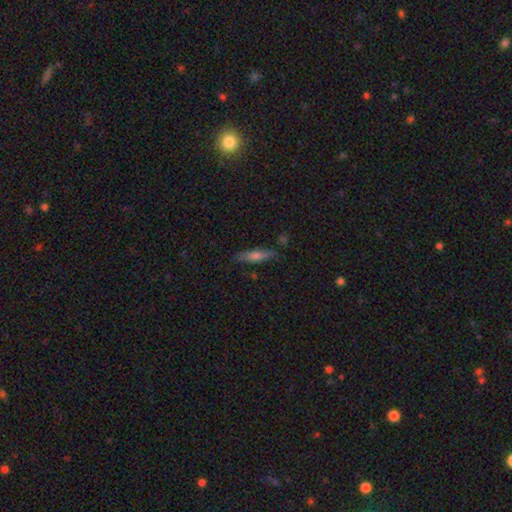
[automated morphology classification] Q: Smooth or featured?
A: smooth (56%); runner-up: featured or disk (36%)
Q: How rounded?
A: cigar-shaped (80%); runner-up: in between (18%)
Q: Merging?
A: none (83%); runner-up: minor disturbance (12%)